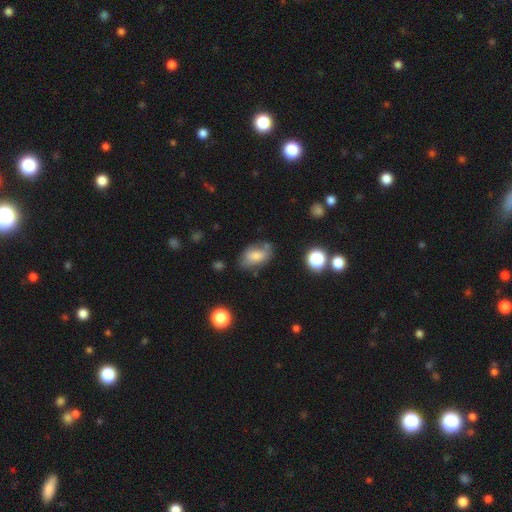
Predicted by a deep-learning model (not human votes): Smooth or featured?
  - smooth: 72% *
  - featured or disk: 19%
  - star or artifact: 10%
How rounded?
  - in between: 89% *
  - round: 9%
  - cigar-shaped: 2%
Merging?
  - none: 59% *
  - minor disturbance: 26%
  - major disturbance: 8%
  - merger: 7%